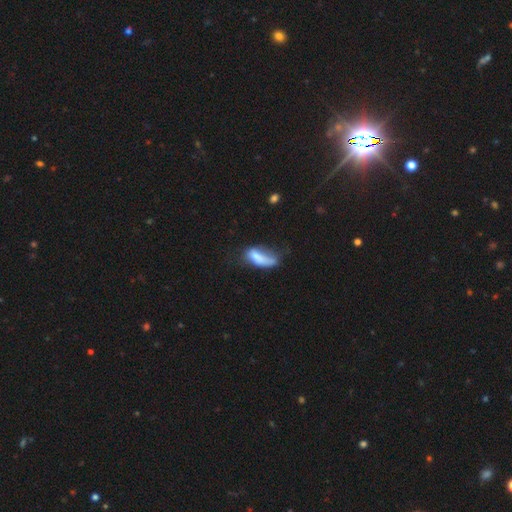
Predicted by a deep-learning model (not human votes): smooth-or-featured: smooth: 70% | featured or disk: 21% | star or artifact: 9%
  how-rounded: in between: 76% | cigar-shaped: 21% | round: 3%
  merging: major disturbance: 37% | minor disturbance: 29% | none: 23% | merger: 11%